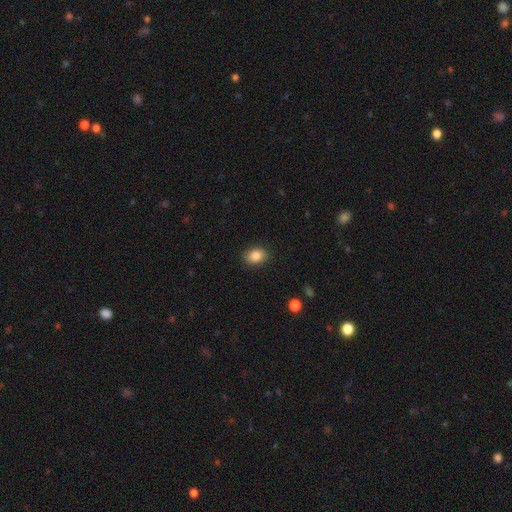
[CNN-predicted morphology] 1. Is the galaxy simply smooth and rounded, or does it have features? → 87% smooth, 8% star or artifact, 5% featured or disk.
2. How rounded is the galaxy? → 74% in between, 25% round, 1% cigar-shaped.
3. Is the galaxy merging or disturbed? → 86% none, 10% minor disturbance, 3% major disturbance, 1% merger.